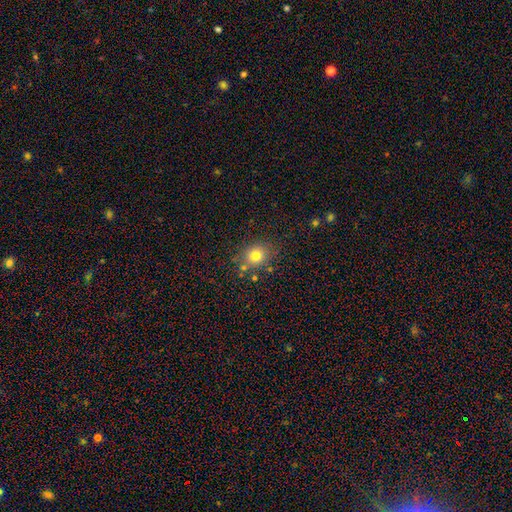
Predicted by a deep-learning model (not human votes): Smooth or featured: smooth — 76% (star or artifact — 14%)
How rounded: round — 65% (in between — 34%)
Merging: none — 76% (minor disturbance — 13%)